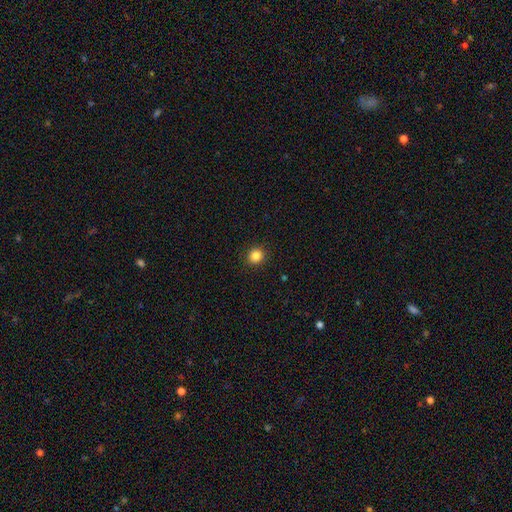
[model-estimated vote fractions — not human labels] Smooth or featured: smooth — 85% (star or artifact — 11%)
How rounded: round — 87% (in between — 12%)
Merging: none — 92% (minor disturbance — 5%)